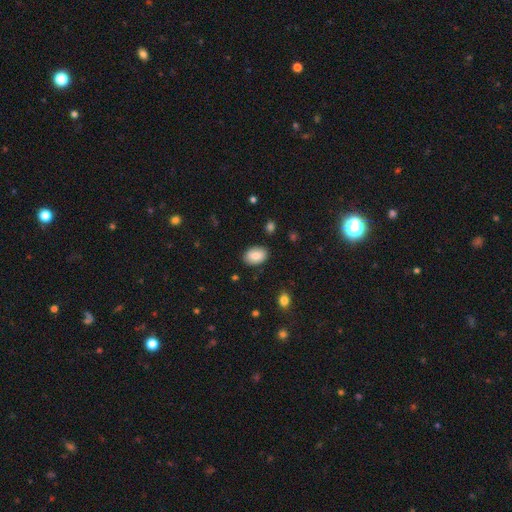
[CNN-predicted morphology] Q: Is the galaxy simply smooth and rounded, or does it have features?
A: smooth — 84%.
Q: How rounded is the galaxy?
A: in between — 86%.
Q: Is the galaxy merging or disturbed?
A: none — 85%.